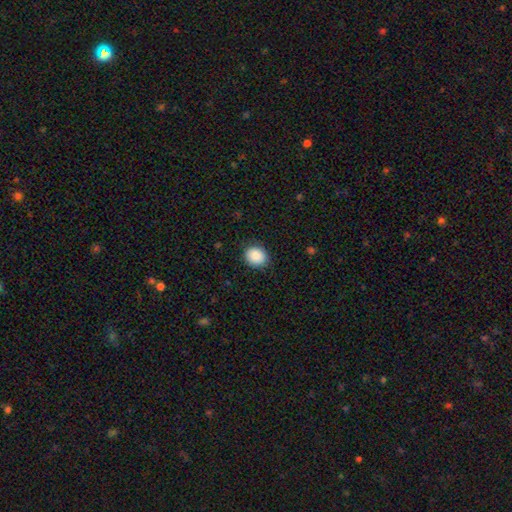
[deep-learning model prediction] This is clearly a smooth galaxy (88%). How rounded: likely round (72%). Merging: clearly none (87%).